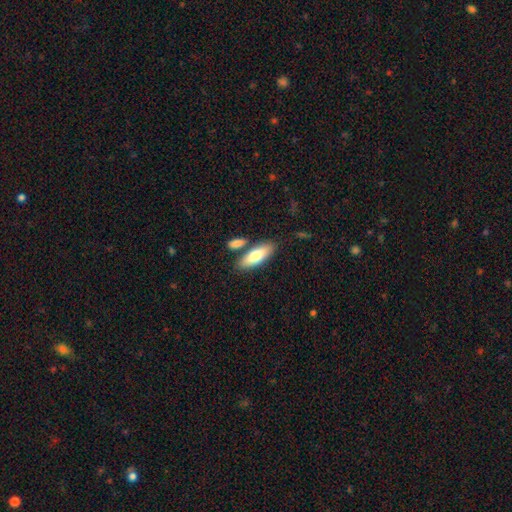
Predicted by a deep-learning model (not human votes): Smooth or featured: smooth — 74% (featured or disk — 20%)
How rounded: in between — 68% (cigar-shaped — 29%)
Merging: none — 72% (merger — 14%)